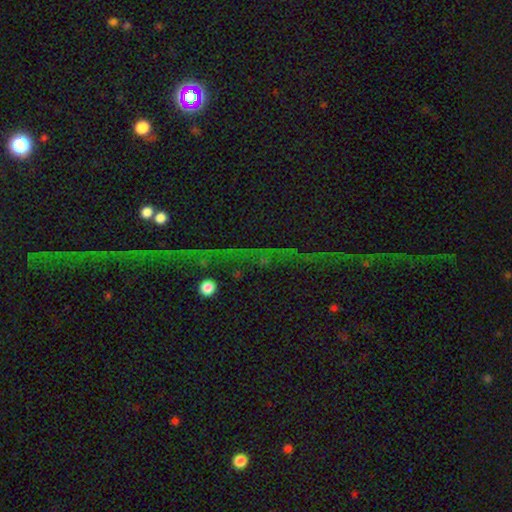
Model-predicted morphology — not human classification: This appears to be a star or artifact, not a galaxy (73%).